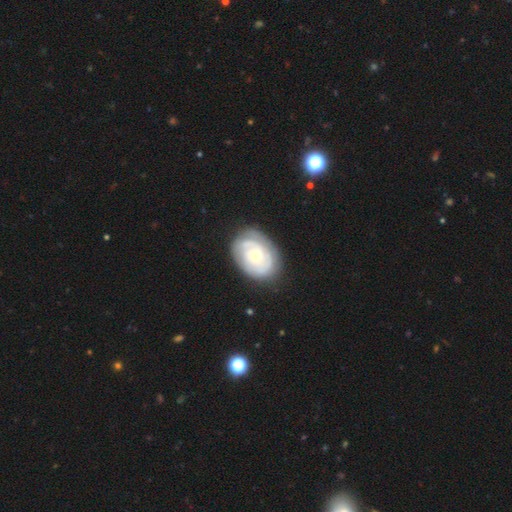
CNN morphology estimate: The model was most divided on "spiral arm count": can't tell: 48%, 2: 24%, 3: 13%, 1: 6%, 4: 5%, more than 4: 4%. More confident: edge-on disk — no (97%); bar — no (83%); spiral arms — yes (80%); merging — none (74%); spiral winding — tight (73%); smooth or featured — featured or disk (71%); bulge size — small (61%).